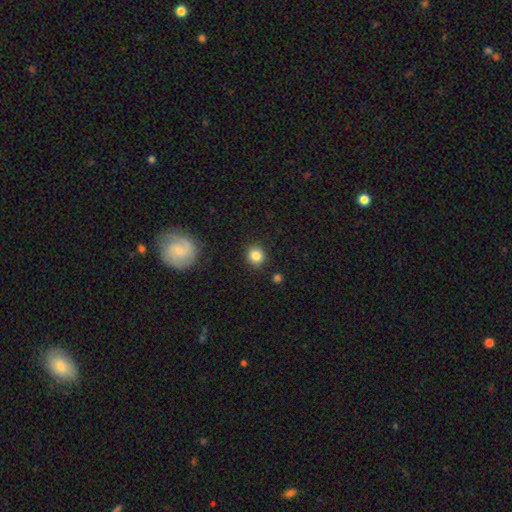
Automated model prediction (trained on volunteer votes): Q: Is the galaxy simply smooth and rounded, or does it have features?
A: smooth — 84%.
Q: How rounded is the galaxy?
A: round — 87%.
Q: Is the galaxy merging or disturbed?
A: none — 90%.